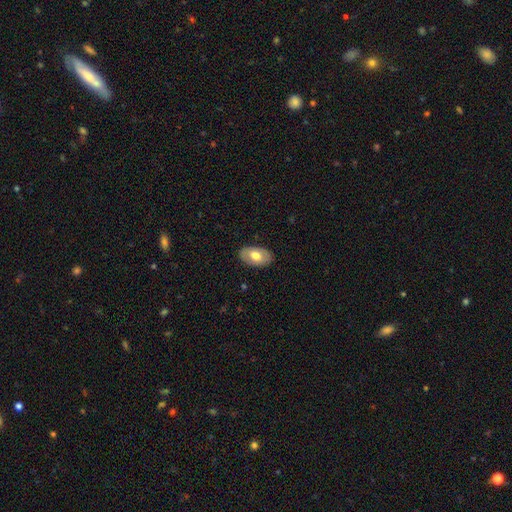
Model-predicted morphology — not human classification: Smooth or featured: smooth — 64% (featured or disk — 30%)
How rounded: in between — 93% (round — 6%)
Merging: none — 86% (minor disturbance — 11%)